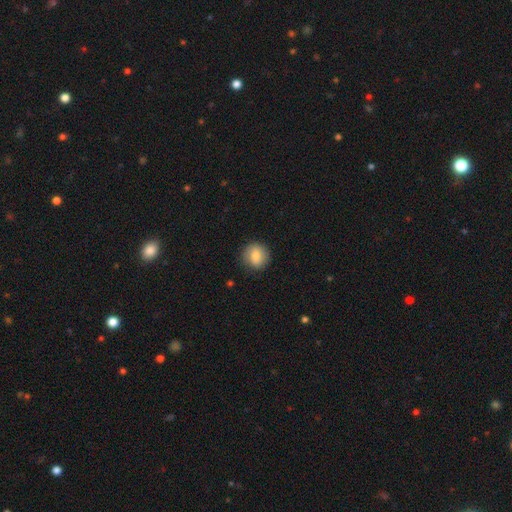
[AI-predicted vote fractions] Smooth or featured? smooth (78%)
How rounded? round (88%)
Merging? none (85%)